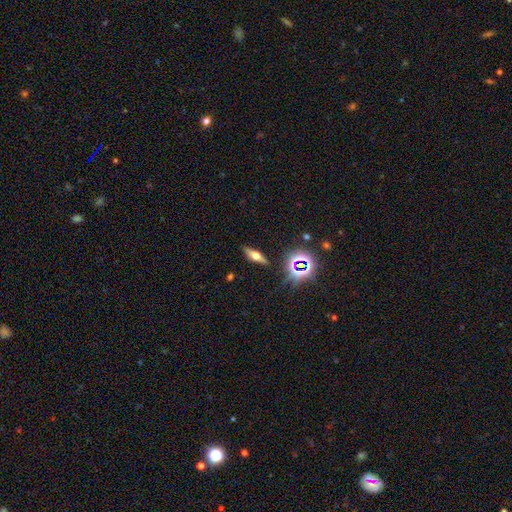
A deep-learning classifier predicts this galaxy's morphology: Smooth or featured: featured or disk — 47% (smooth — 36%)
Merging: none — 87% (minor disturbance — 9%)